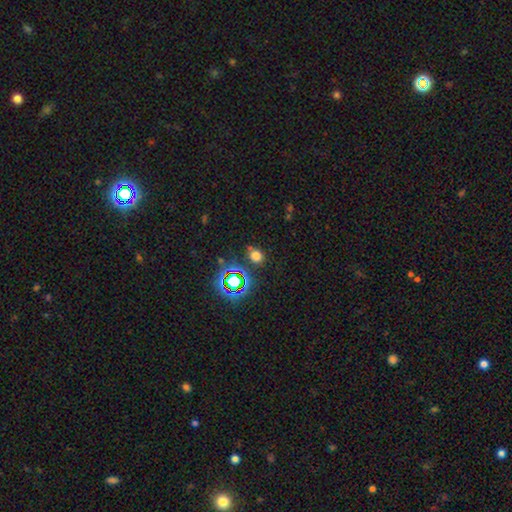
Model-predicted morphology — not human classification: The model was most divided on "how rounded": round: 64%, in between: 35%, cigar-shaped: 1%. More confident: merging — none (78%); smooth or featured — smooth (64%).